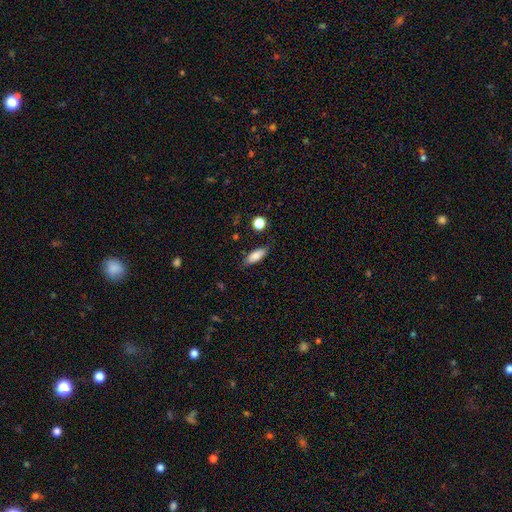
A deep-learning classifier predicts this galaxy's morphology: smooth 83%, featured or disk 9%, star or artifact 8%. Down the decision tree: how rounded — in between (72%); merging — none (82%).